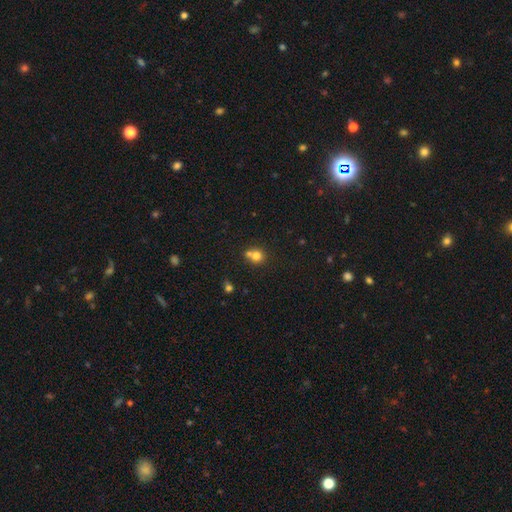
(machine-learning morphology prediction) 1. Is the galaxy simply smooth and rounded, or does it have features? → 77% smooth, 12% star or artifact, 11% featured or disk.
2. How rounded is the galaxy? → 79% round, 20% in between, 1% cigar-shaped.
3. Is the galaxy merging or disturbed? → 44% merger, 42% none, 10% minor disturbance, 4% major disturbance.